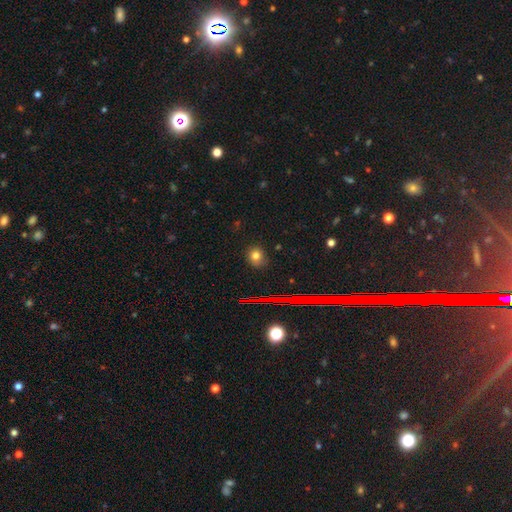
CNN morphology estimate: The model was most divided on "how rounded": round: 73%, in between: 26%, cigar-shaped: 1%. More confident: merging — none (83%); smooth or featured — smooth (76%).